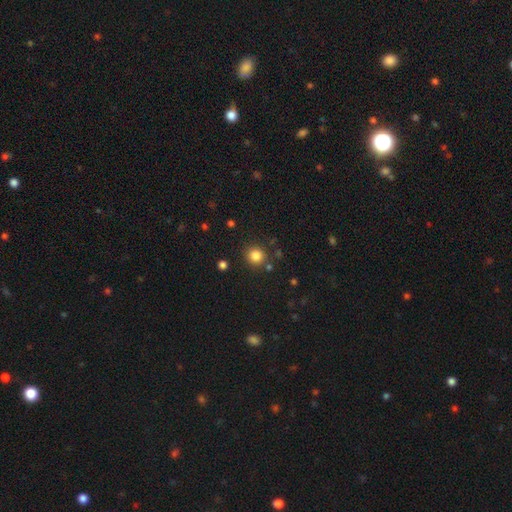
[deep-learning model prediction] smooth_or_featured: smooth (p=0.83) [alt: star or artifact p=0.12]
how_rounded: round (p=0.91) [alt: in between p=0.08]
merging: none (p=0.85) [alt: minor disturbance p=0.08]